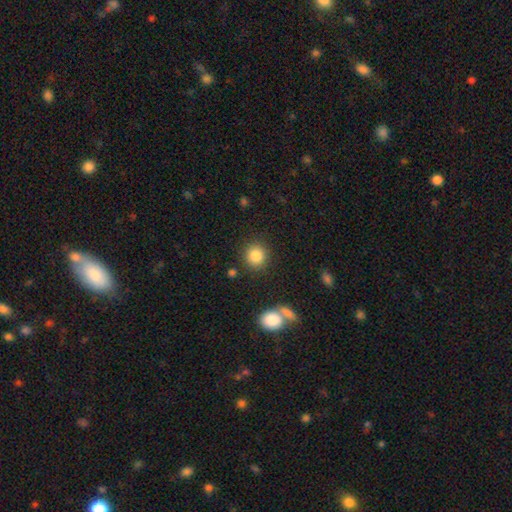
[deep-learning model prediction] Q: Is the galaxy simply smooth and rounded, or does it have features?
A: smooth — 85%.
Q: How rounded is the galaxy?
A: round — 89%.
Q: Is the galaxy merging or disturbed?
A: none — 86%.